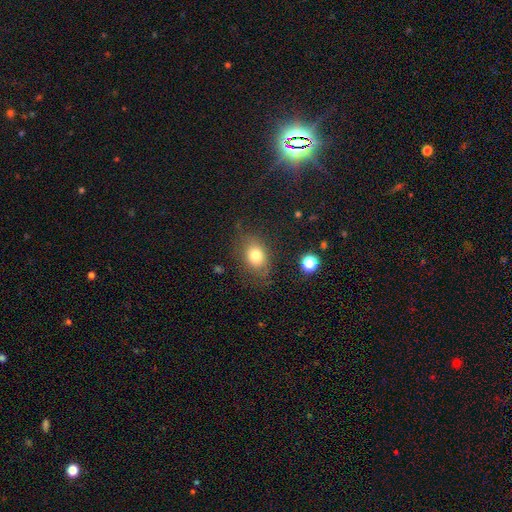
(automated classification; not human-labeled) Smooth or featured? smooth (75%)
How rounded? in between (70%)
Merging? none (73%)